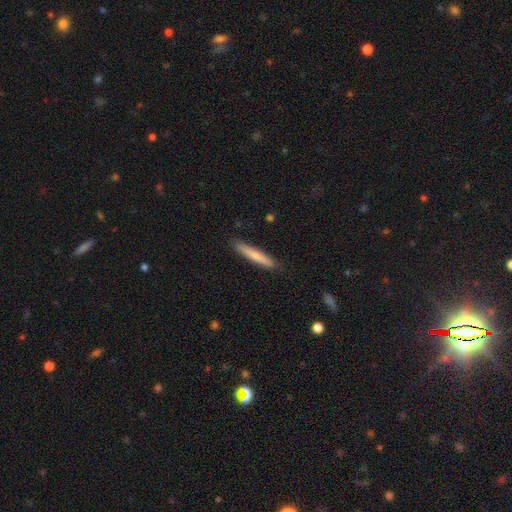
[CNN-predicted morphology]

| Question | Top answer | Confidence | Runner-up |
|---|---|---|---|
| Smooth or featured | smooth | 73% | featured or disk (22%) |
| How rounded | cigar-shaped | 94% | in between (5%) |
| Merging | none | 88% | minor disturbance (9%) |